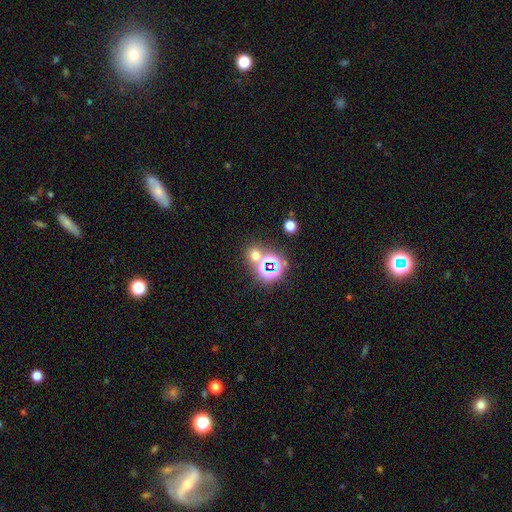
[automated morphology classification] Smooth or featured? smooth (51%)
How rounded? round (82%)
Merging? none (66%)